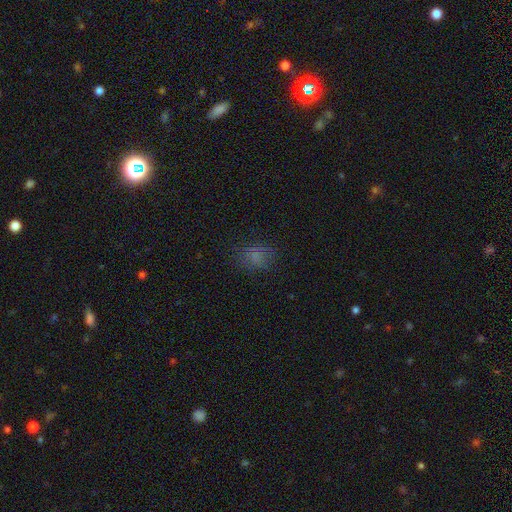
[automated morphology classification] This appears to be a smooth galaxy with no disk features (71%) that is in between round and cigar-shaped (56%). Merging: none (73%).